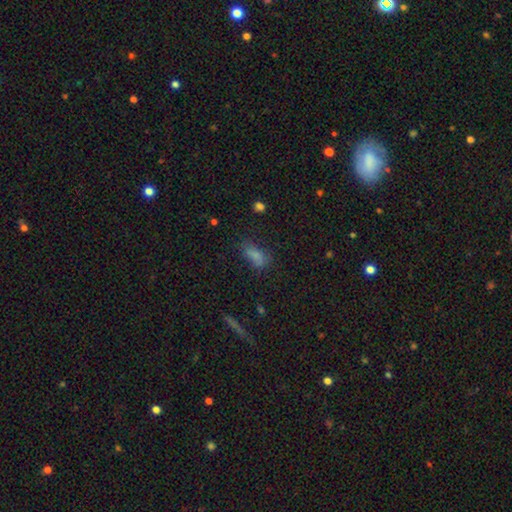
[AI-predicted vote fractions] Smooth or featured? Predicted: smooth (p=0.75). How rounded? Predicted: in between (p=0.82). Merging? Predicted: none (p=0.52).